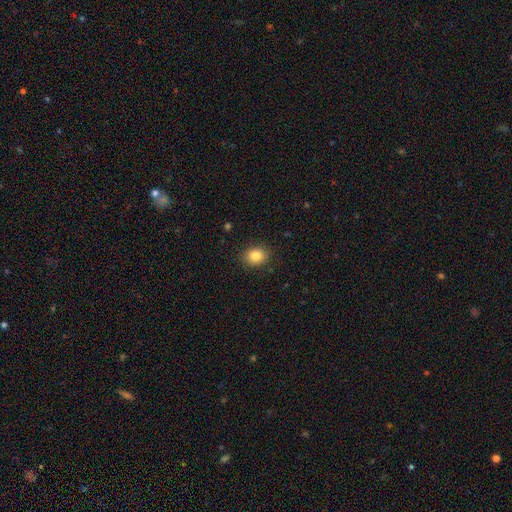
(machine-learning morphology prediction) A smooth galaxy with no disk features (84%) that is round (55%). Merging: none (88%).